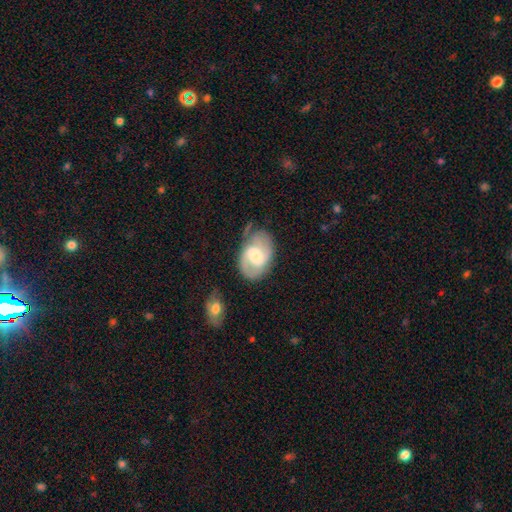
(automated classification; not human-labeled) Morphology: type=featured or disk (68%); edge-on=no (96%); bar=weak (55%); spiral arms=yes (87%); winding=medium (49%); arm count=2 (81%); bulge=moderate (53%); merging=none (61%).